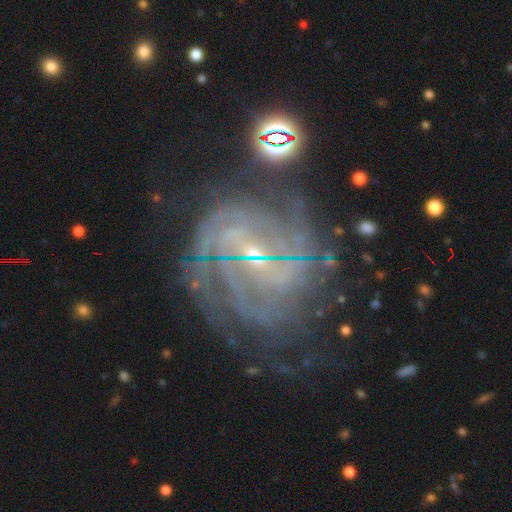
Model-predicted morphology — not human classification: A featured or disk galaxy (84%) with a weak bar (49%), tight (59%) spiral arms (94%) and a small central bulge (79%).

Vote fractions:
- Smooth or featured? featured or disk: 84% / star or artifact: 10% / smooth: 6%
- Edge-on disk? no: 97% / yes: 3%
- Bar? weak: 49% / no: 29% / strong: 22%
- Spiral arms? yes: 94% / no: 6%
- Spiral winding? tight: 59% / medium: 32% / loose: 9%
- Spiral arm count? can't tell: 33% / 4: 19% / 2: 14% / 3: 13% / more than 4: 13% / 1: 7%
- Bulge size? small: 79% / moderate: 10% / none: 9% / large: 1% / dominant: 1%
- Merging? none: 64% / minor disturbance: 18% / major disturbance: 14% / merger: 4%